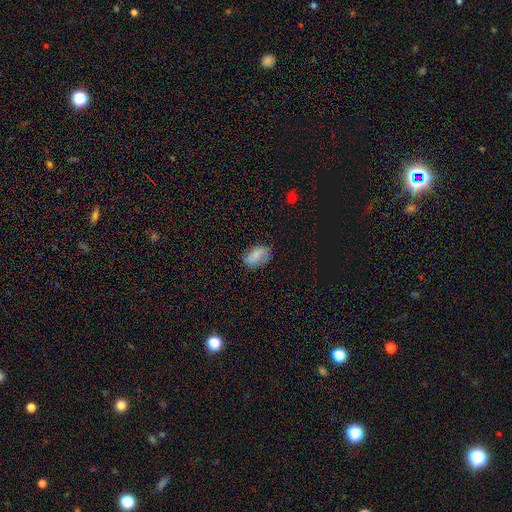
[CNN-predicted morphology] Q: Smooth or featured?
A: smooth (69%); runner-up: featured or disk (22%)
Q: How rounded?
A: in between (89%); runner-up: round (9%)
Q: Merging?
A: none (67%); runner-up: minor disturbance (24%)